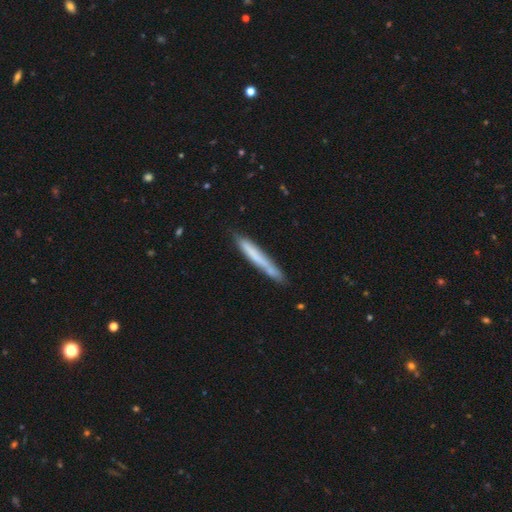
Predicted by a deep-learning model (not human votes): Smooth or featured: smooth — 63% (featured or disk — 30%)
How rounded: cigar-shaped — 96% (in between — 3%)
Merging: none — 75% (minor disturbance — 18%)